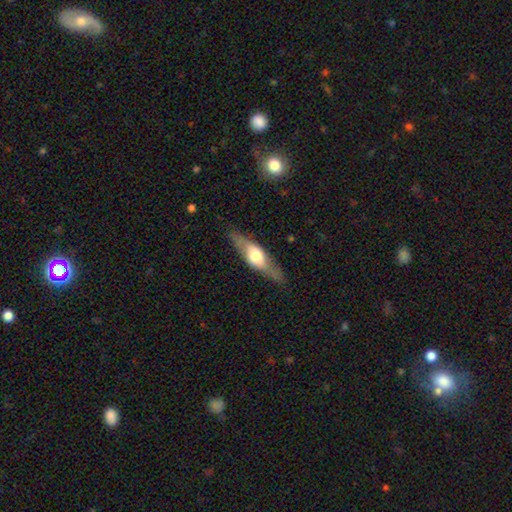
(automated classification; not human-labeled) The model was most divided on "smooth or featured": featured or disk: 56%, smooth: 39%, star or artifact: 5%. More confident: merging — none (81%); edge-on disk — yes (79%).